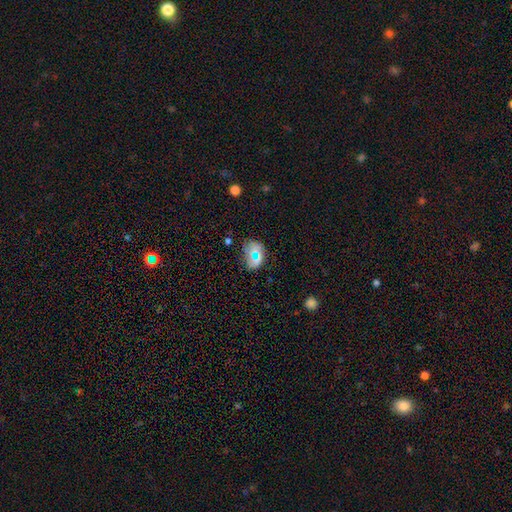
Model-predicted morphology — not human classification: smooth 60%, star or artifact 28%, featured or disk 12%. Down the decision tree: how rounded — in between (57%); merging — none (75%).